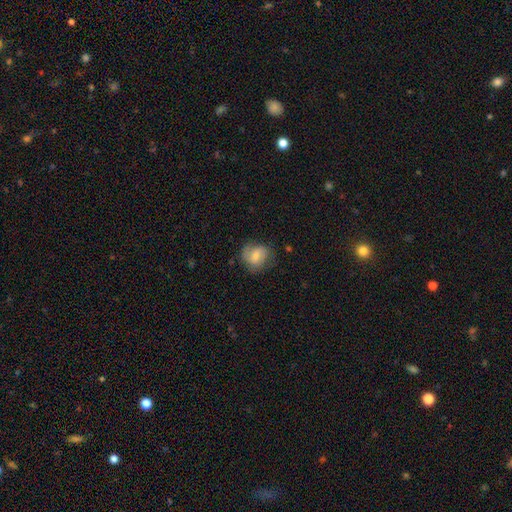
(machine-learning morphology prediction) This appears to be a smooth galaxy with no disk features (59%) that is round (65%). Merging: none (62%).